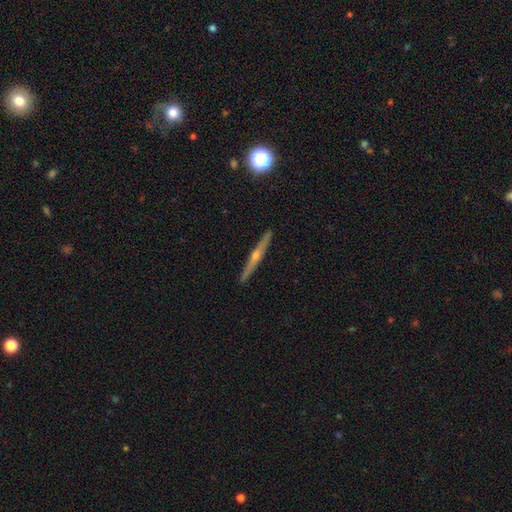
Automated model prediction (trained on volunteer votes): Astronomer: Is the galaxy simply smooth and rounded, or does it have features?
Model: featured or disk — 74%.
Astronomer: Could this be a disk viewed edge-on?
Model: yes — 98%.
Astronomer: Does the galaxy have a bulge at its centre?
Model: rounded — 83%.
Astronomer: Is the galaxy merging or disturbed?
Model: none — 92%.